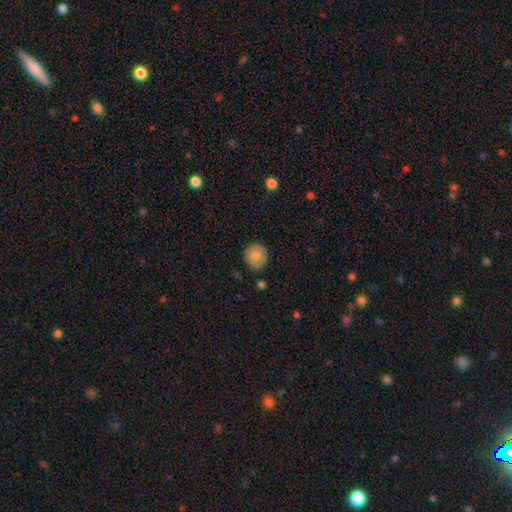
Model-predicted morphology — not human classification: Overall: smooth (82%). How rounded: round (79%). Merging: none (87%).